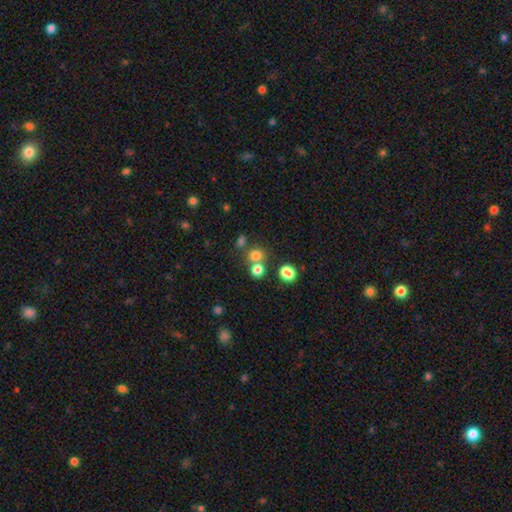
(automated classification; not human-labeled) Q: Smooth or featured?
A: smooth (74%); runner-up: star or artifact (18%)
Q: How rounded?
A: round (82%); runner-up: in between (17%)
Q: Merging?
A: none (58%); runner-up: merger (30%)